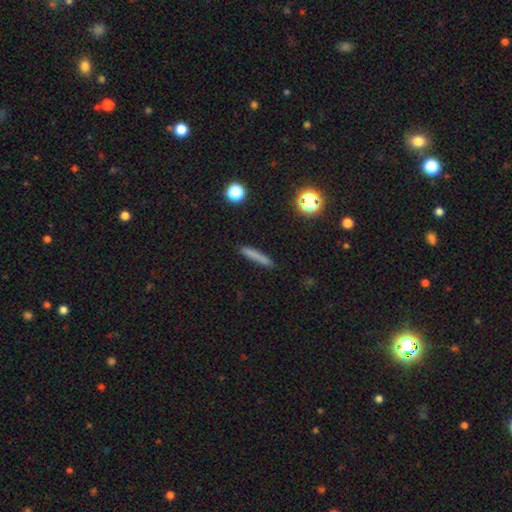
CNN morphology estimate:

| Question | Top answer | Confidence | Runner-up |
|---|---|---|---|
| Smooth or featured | smooth | 74% | featured or disk (15%) |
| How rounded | cigar-shaped | 92% | in between (5%) |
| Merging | none | 86% | minor disturbance (10%) |